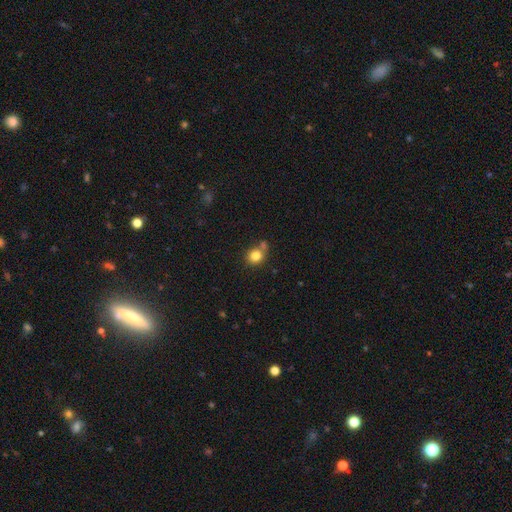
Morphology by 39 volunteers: Smooth or featured? smooth (87%)
How rounded? round (88%)
Merging? none (58%)